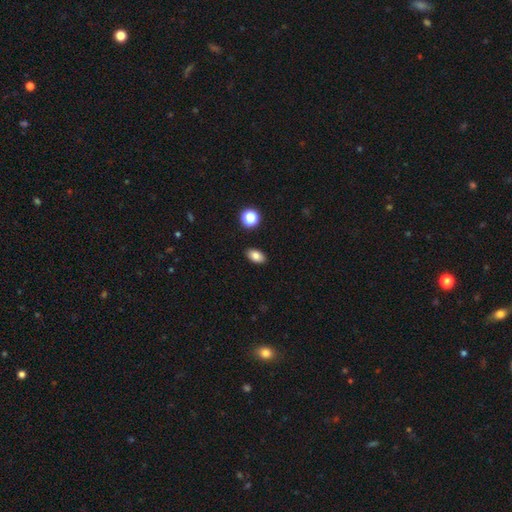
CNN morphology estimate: Q: Smooth or featured?
A: smooth (83%); runner-up: star or artifact (10%)
Q: How rounded?
A: in between (90%); runner-up: round (8%)
Q: Merging?
A: none (89%); runner-up: minor disturbance (7%)